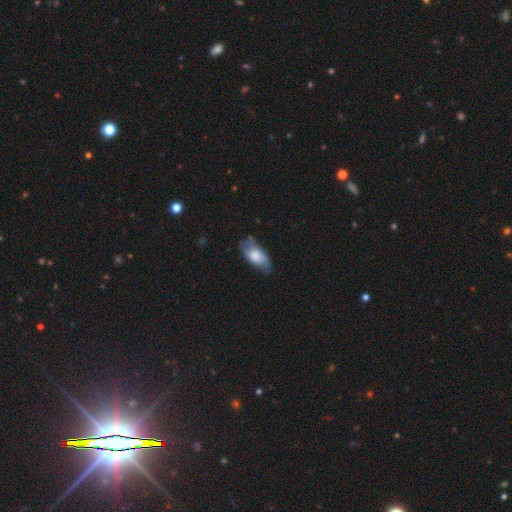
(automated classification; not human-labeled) Smooth or featured?
  - smooth: 67% *
  - featured or disk: 26%
  - star or artifact: 6%
How rounded?
  - in between: 89% *
  - cigar-shaped: 8%
  - round: 3%
Merging?
  - none: 61% *
  - minor disturbance: 29%
  - major disturbance: 8%
  - merger: 2%